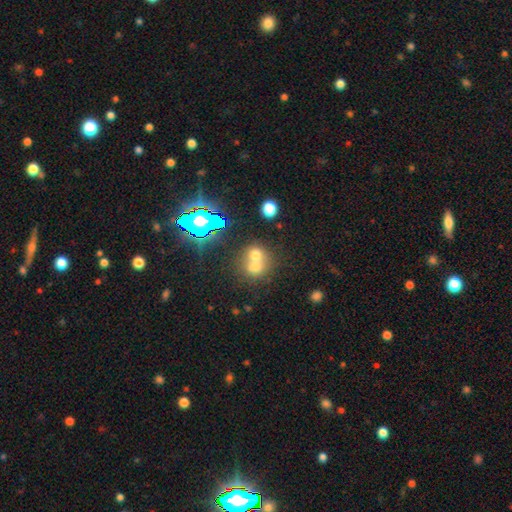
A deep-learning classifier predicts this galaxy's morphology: A smooth galaxy with no disk features (63%) that is round (77%). Merging: merger (62%).